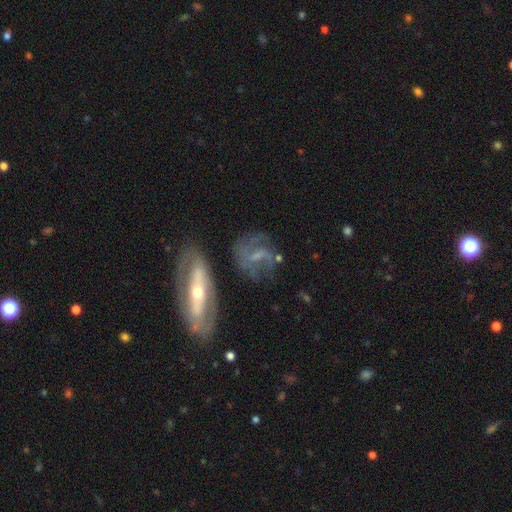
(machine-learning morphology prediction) Smooth or featured: featured or disk — 72% (smooth — 18%)
Edge-on disk: no — 93% (yes — 7%)
Bar: weak — 40% (no — 34%)
Spiral arms: yes — 79% (no — 21%)
Spiral winding: medium — 42% (loose — 34%)
Spiral arm count: 2 — 56% (can't tell — 21%)
Bulge size: small — 47% (none — 28%)
Merging: none — 59% (minor disturbance — 19%)